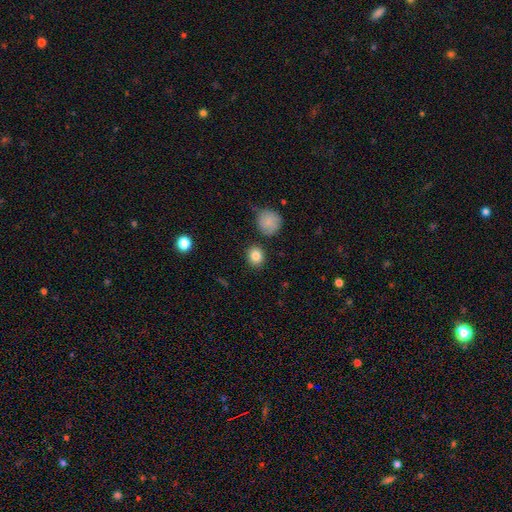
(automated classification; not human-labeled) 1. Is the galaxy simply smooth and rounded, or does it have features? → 85% smooth, 9% star or artifact, 6% featured or disk.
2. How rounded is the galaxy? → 71% round, 27% in between, 1% cigar-shaped.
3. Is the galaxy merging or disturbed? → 84% none, 9% minor disturbance, 4% merger, 3% major disturbance.